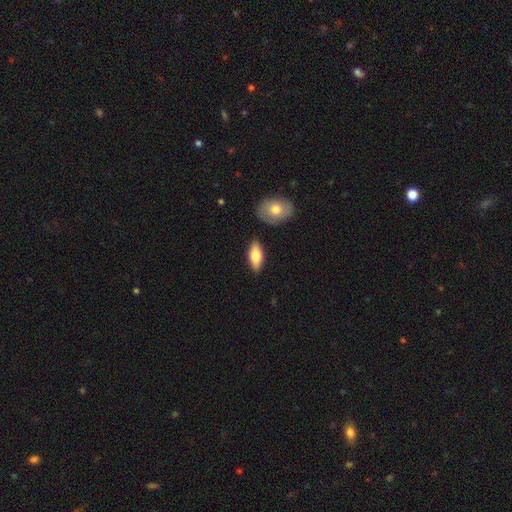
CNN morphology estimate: Overall: smooth (69%). How rounded: in between (82%). Merging: none (84%).